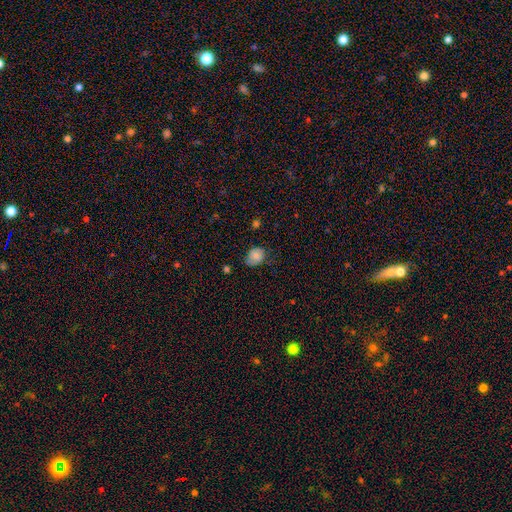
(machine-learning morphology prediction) smooth_or_featured: smooth (p=0.78) [alt: featured or disk p=0.13]
how_rounded: in between (p=0.55) [alt: round p=0.44]
merging: none (p=0.62) [alt: minor disturbance p=0.30]